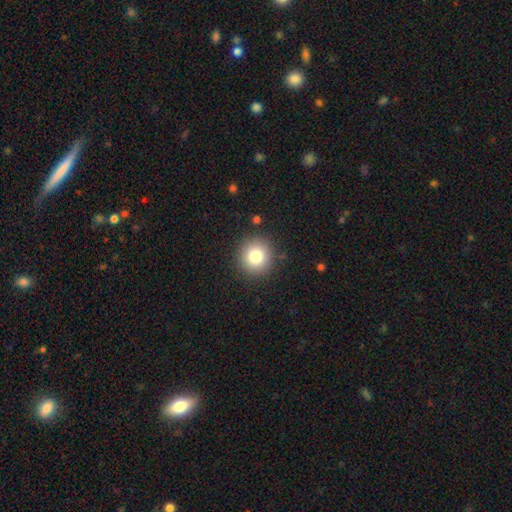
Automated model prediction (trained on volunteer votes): Morphology: type=smooth (81%); roundness=round (93%); merging=none (90%).